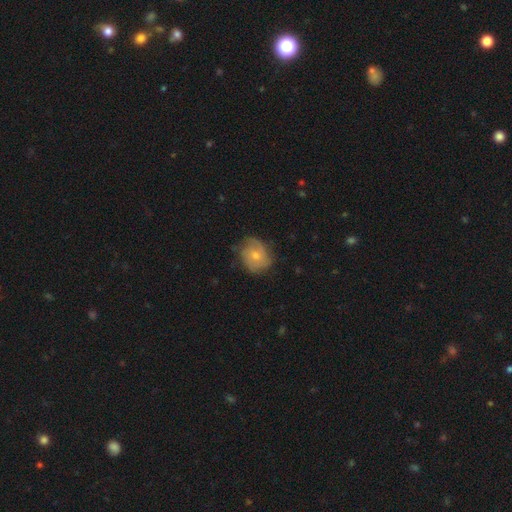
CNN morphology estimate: Smooth or featured: featured or disk — 49% (smooth — 44%)
Merging: none — 64% (minor disturbance — 26%)